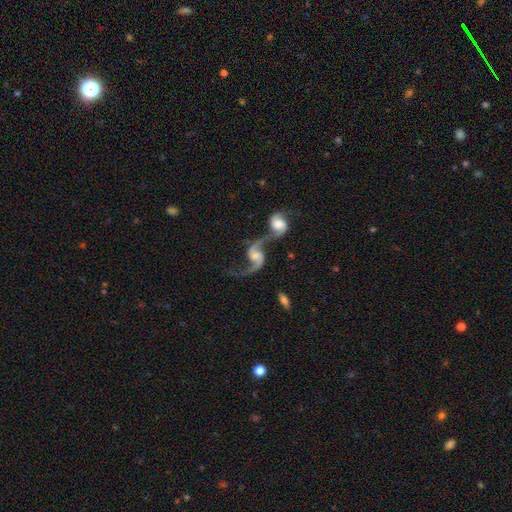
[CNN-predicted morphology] Q: Smooth or featured?
A: featured or disk (90%); runner-up: smooth (5%)
Q: Edge-on disk?
A: no (97%); runner-up: yes (3%)
Q: Bar?
A: no (49%); runner-up: weak (38%)
Q: Spiral arms?
A: yes (97%); runner-up: no (3%)
Q: Spiral winding?
A: loose (79%); runner-up: medium (18%)
Q: Spiral arm count?
A: 2 (92%); runner-up: 1 (3%)
Q: Bulge size?
A: moderate (39%); runner-up: small (36%)
Q: Merging?
A: merger (60%); runner-up: none (24%)